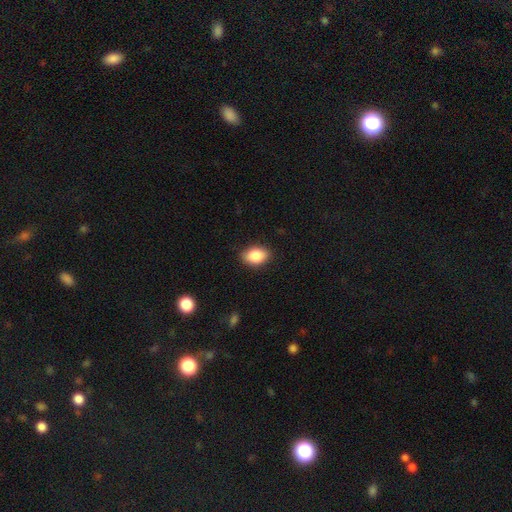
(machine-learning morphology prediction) A smooth galaxy with no disk features (86%) that is in between round and cigar-shaped (83%). Merging: none (84%).